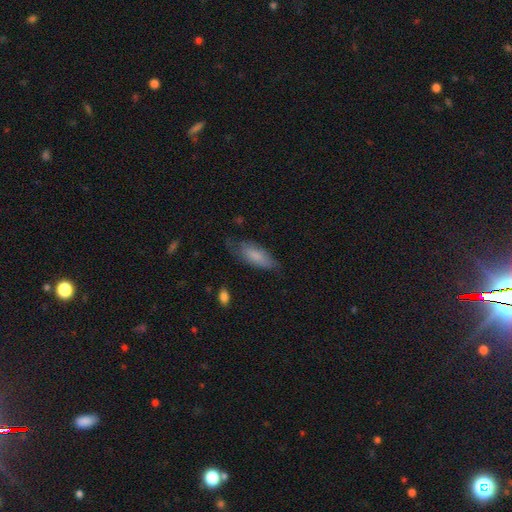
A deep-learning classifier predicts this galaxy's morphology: Smooth or featured?
  - smooth: 73% *
  - featured or disk: 20%
  - star or artifact: 7%
How rounded?
  - in between: 75% *
  - cigar-shaped: 23%
  - round: 2%
Merging?
  - none: 56% *
  - minor disturbance: 31%
  - major disturbance: 12%
  - merger: 2%